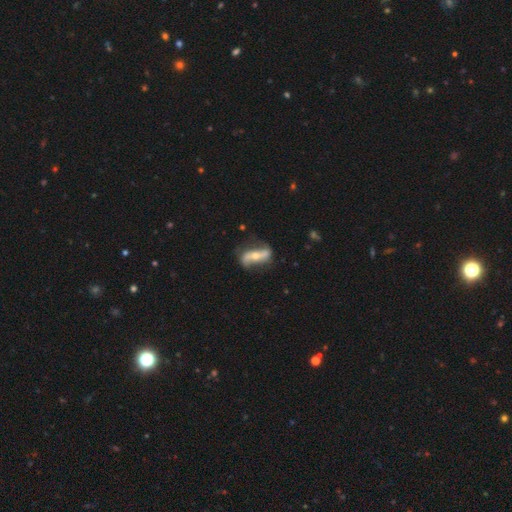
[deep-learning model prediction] Smooth or featured?
  - featured or disk: 75% *
  - smooth: 19%
  - star or artifact: 6%
Edge-on disk?
  - no: 81% *
  - yes: 19%
Bar?
  - strong: 49% *
  - no: 32%
  - weak: 19%
Spiral arms?
  - yes: 85% *
  - no: 15%
Spiral winding?
  - loose: 73% *
  - medium: 18%
  - tight: 9%
Spiral arm count?
  - 2: 90% *
  - can't tell: 5%
  - 1: 3%
  - 3: 1%
  - 4: 1%
  - more than 4: 1%
Bulge size?
  - moderate: 52% *
  - small: 42%
  - large: 3%
  - none: 2%
  - dominant: 1%
Merging?
  - none: 70% *
  - minor disturbance: 19%
  - major disturbance: 8%
  - merger: 3%